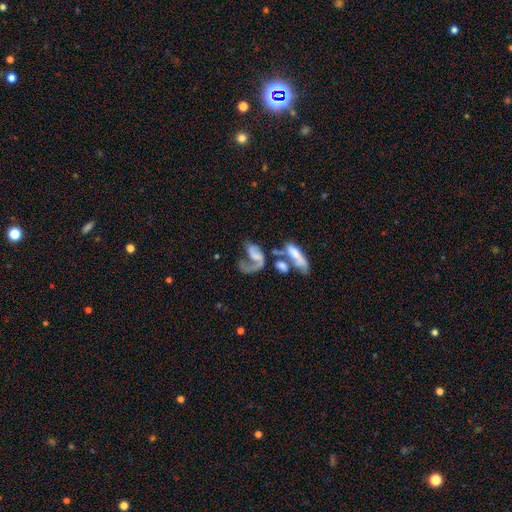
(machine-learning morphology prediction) Overall: featured or disk (66%). Edge-on disk: no (95%). Bar: no (59%; weak 27%). Spiral arms: yes (76%). Bulge size: none (56%; small 19%). Merging: merger (42%; major disturbance 29%).